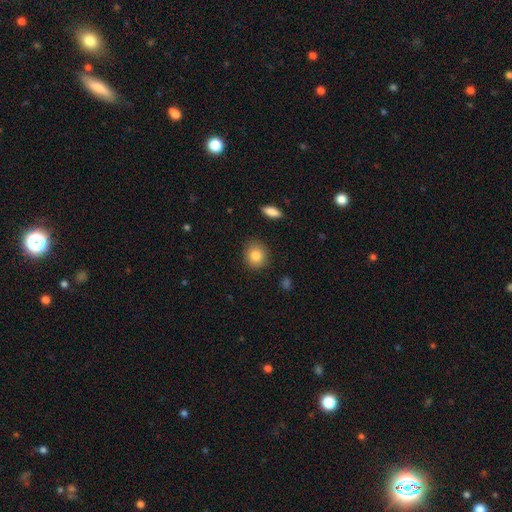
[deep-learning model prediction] A smooth galaxy with no disk features (84%) that is round (81%). Merging: none (88%).